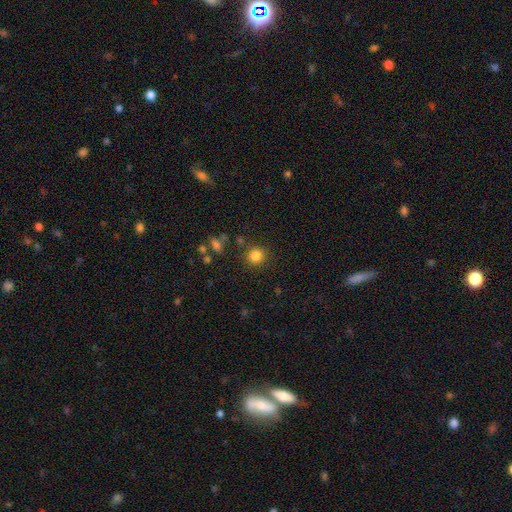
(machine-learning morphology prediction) This appears to be a smooth galaxy with no disk features (83%) that is round (92%). Merging: none (87%).